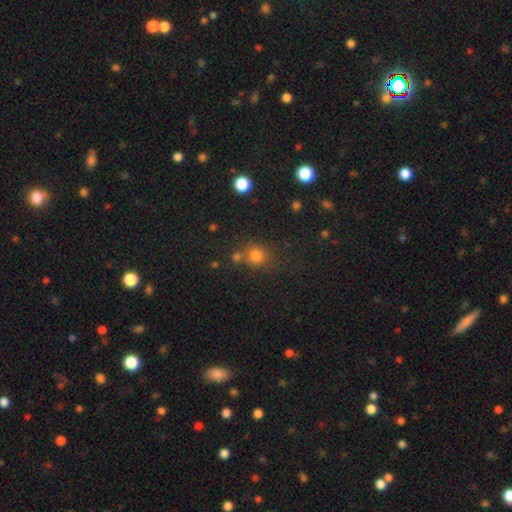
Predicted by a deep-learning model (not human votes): This appears to be a smooth galaxy with no disk features (76%) that is round (84%). Merging: none (63%).